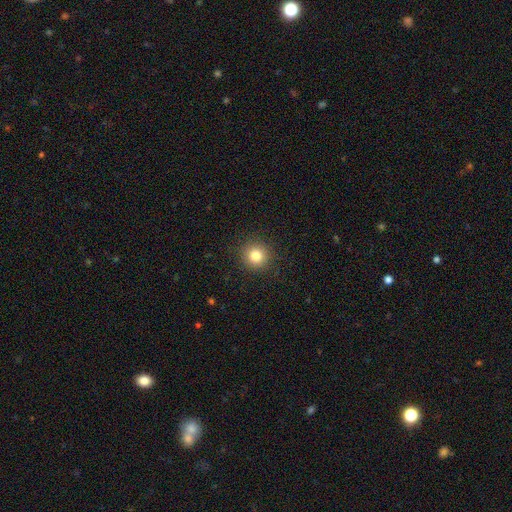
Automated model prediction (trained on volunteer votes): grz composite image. It shows a smooth galaxy with no disk features (81%) that is round (94%). Merging: none (91%).